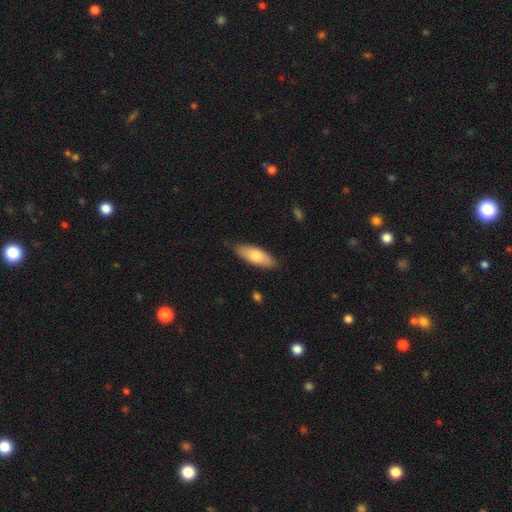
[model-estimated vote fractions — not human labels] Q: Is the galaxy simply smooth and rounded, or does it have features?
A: smooth — 72%.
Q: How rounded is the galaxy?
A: in between — 69%.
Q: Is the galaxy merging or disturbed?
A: none — 82%.